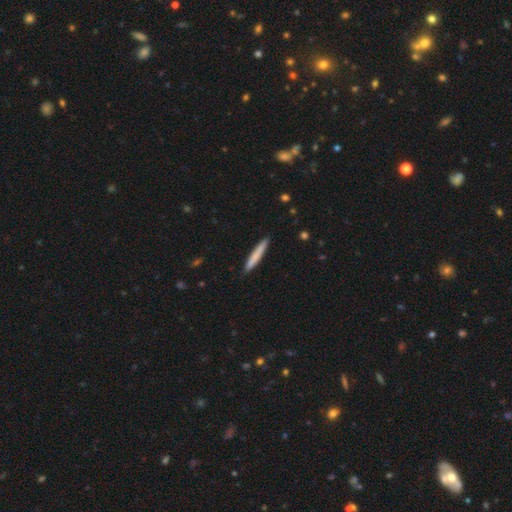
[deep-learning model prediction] A smooth galaxy with no disk features (76%) that is cigar-shaped (96%). Merging: none (91%).